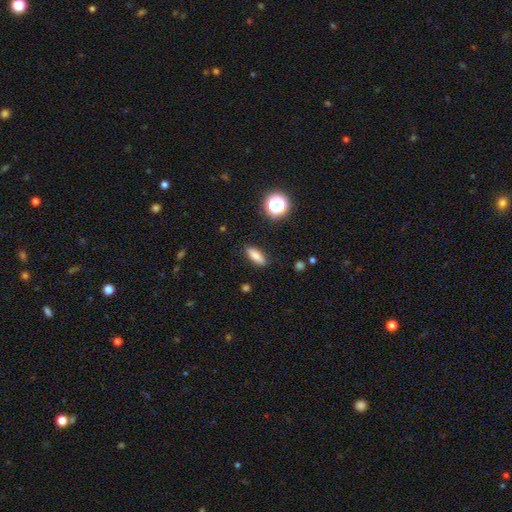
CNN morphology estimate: Smooth or featured?
  - smooth: 81% *
  - star or artifact: 10%
  - featured or disk: 9%
How rounded?
  - in between: 62% *
  - cigar-shaped: 33%
  - round: 5%
Merging?
  - none: 88% *
  - minor disturbance: 9%
  - major disturbance: 2%
  - merger: 1%